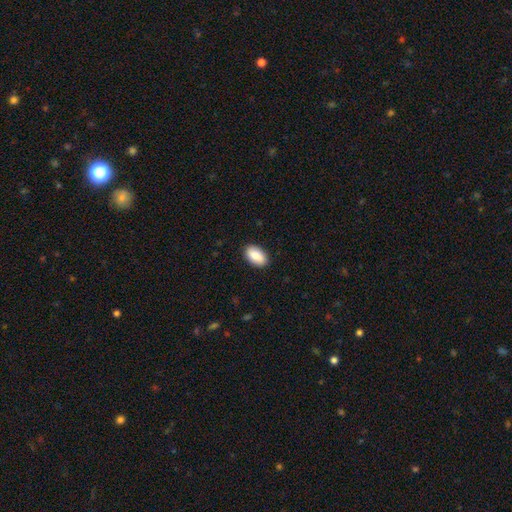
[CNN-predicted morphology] smooth 86%, featured or disk 8%, star or artifact 6%. Down the decision tree: how rounded — in between (93%); merging — none (89%).